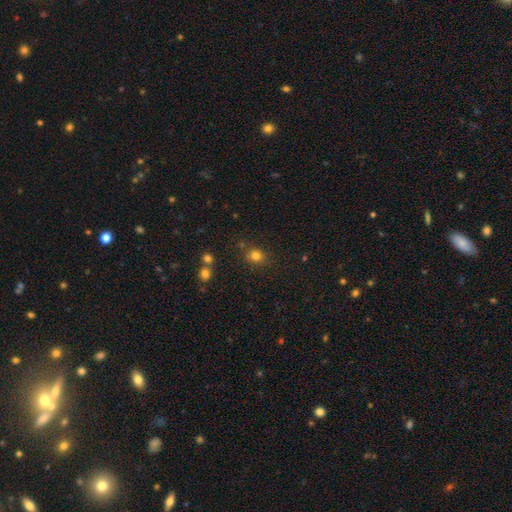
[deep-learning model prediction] The model was most divided on "how rounded": round: 74%, in between: 25%, cigar-shaped: 1%. More confident: smooth or featured — smooth (79%); merging — none (77%).